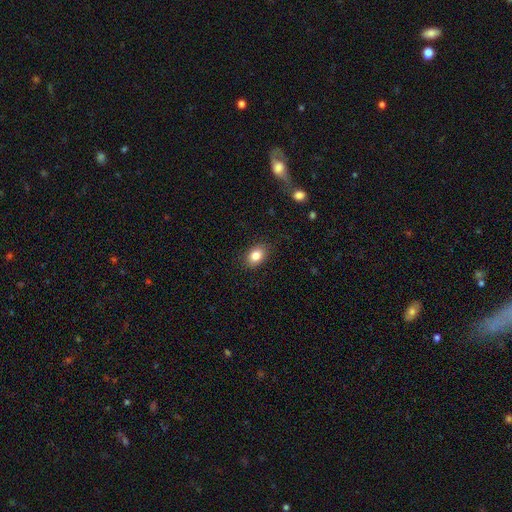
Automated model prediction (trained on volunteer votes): Smooth or featured?
  - smooth: 84% *
  - star or artifact: 9%
  - featured or disk: 7%
How rounded?
  - in between: 76% *
  - round: 23%
  - cigar-shaped: 1%
Merging?
  - none: 87% *
  - minor disturbance: 10%
  - major disturbance: 2%
  - merger: 1%